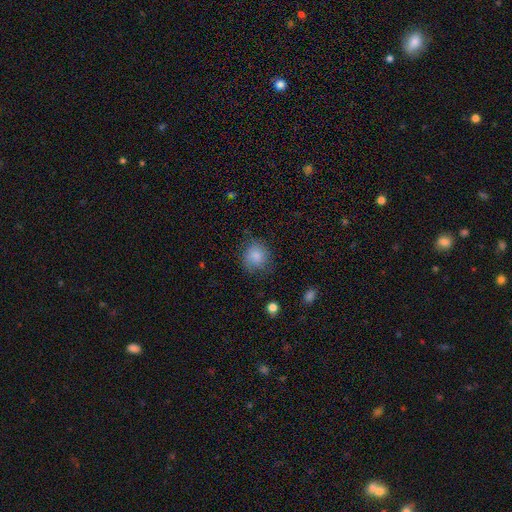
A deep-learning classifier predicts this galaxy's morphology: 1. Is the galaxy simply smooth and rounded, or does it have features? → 84% smooth, 9% star or artifact, 7% featured or disk.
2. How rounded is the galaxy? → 84% round, 15% in between, 1% cigar-shaped.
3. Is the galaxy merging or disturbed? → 75% none, 18% minor disturbance, 5% major disturbance, 1% merger.